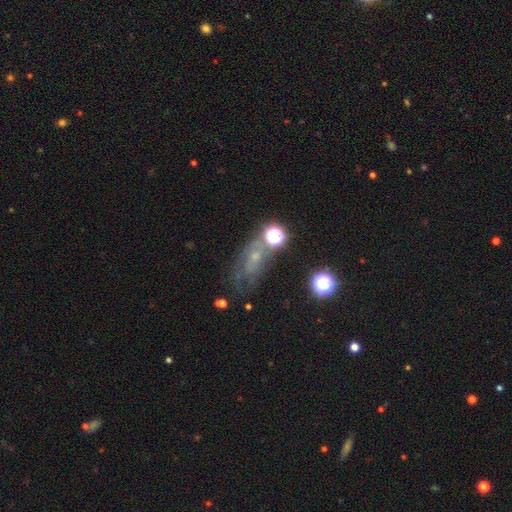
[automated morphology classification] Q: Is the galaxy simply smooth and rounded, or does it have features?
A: featured or disk — 34%.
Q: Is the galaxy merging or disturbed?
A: none — 48%.